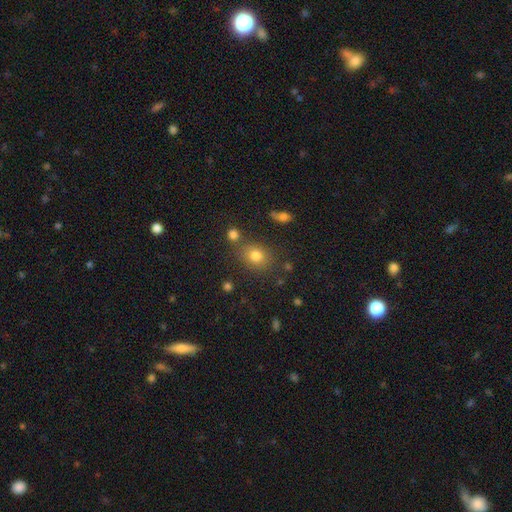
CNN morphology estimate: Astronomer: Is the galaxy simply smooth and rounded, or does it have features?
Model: smooth — 77%.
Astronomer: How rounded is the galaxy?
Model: round — 53% (runner-up: in between, 46%).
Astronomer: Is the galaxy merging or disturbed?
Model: none — 73%.